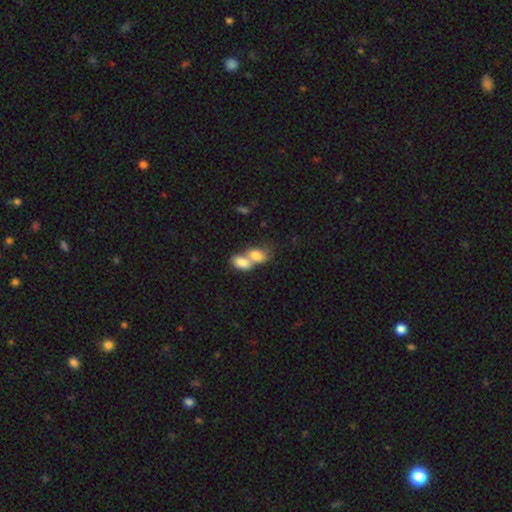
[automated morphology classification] The model was most divided on "merging": merger: 71%, none: 19%, minor disturbance: 6%, major disturbance: 4%. More confident: how rounded — in between (80%); smooth or featured — smooth (77%).